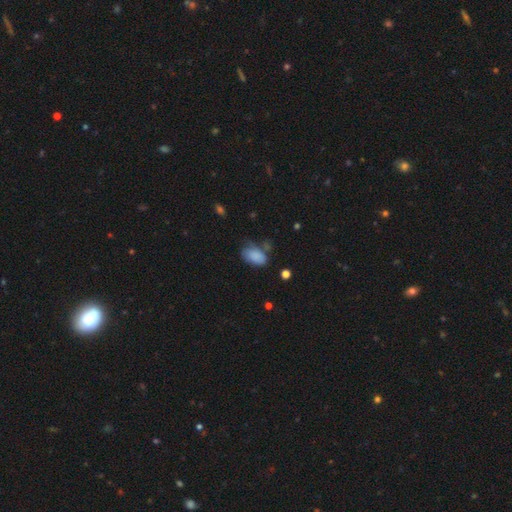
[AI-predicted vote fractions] smooth 84%, featured or disk 8%, star or artifact 8%. Down the decision tree: how rounded — in between (91%); merging — none (45%).